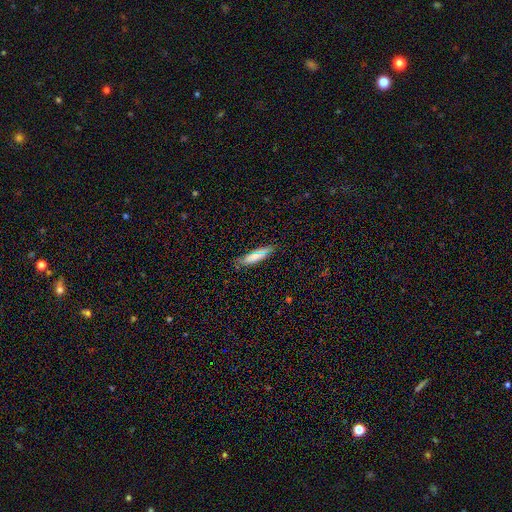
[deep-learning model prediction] A smooth galaxy with no disk features (74%) that is cigar-shaped (66%). Merging: none (82%).